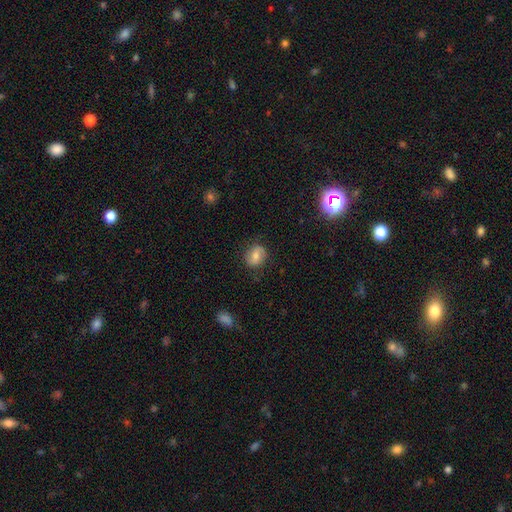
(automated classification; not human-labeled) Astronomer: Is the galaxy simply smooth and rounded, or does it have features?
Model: smooth — 54% (runner-up: featured or disk, 35%).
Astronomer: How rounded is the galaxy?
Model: in between — 52% (runner-up: round, 46%).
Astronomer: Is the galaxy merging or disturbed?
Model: none — 80%.